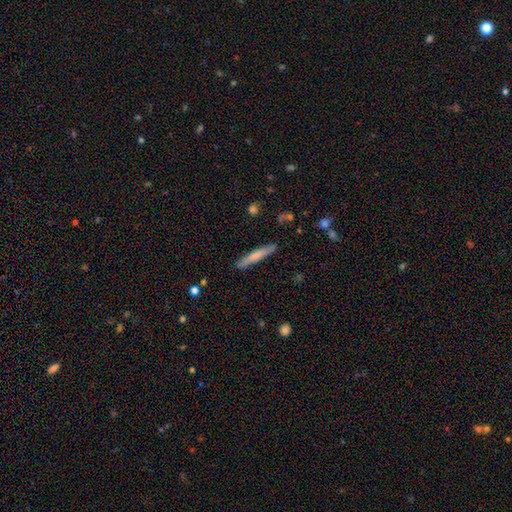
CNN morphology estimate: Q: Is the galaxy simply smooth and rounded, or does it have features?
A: smooth — 69%.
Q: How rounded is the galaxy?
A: cigar-shaped — 94%.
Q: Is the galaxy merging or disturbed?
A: none — 88%.